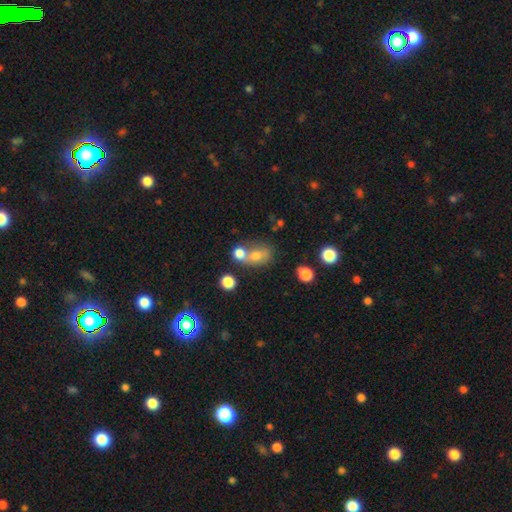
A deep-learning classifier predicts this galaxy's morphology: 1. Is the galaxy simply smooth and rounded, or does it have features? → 63% smooth, 21% featured or disk, 17% star or artifact.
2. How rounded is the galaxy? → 57% in between, 40% round, 3% cigar-shaped.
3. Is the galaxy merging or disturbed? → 43% merger, 37% none, 12% minor disturbance, 7% major disturbance.